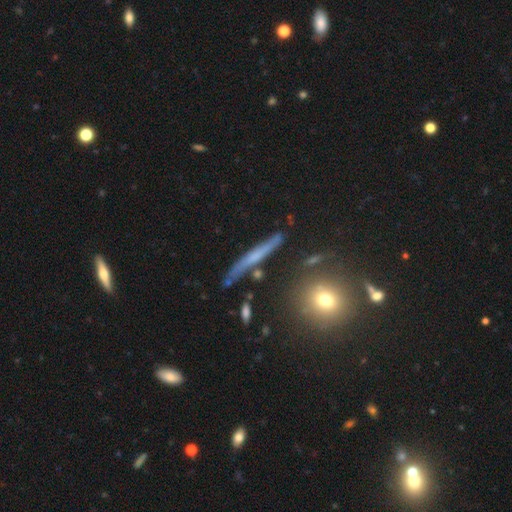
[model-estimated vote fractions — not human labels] A featured or disk galaxy (55%) viewed edge-on (88%). Merging: none (78%).